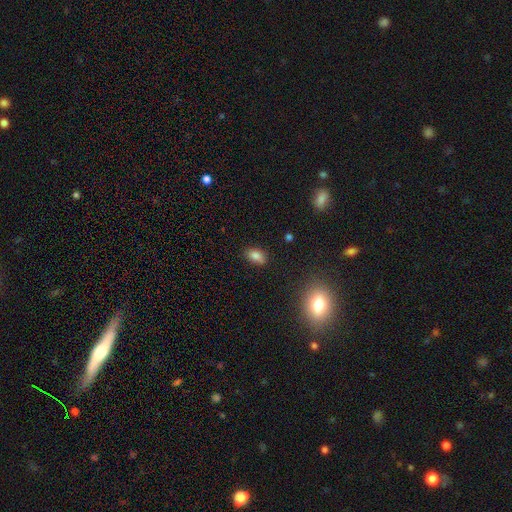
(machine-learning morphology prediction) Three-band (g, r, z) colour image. It shows a smooth galaxy with no disk features (81%) that is in between round and cigar-shaped (87%). Merging: none (78%).